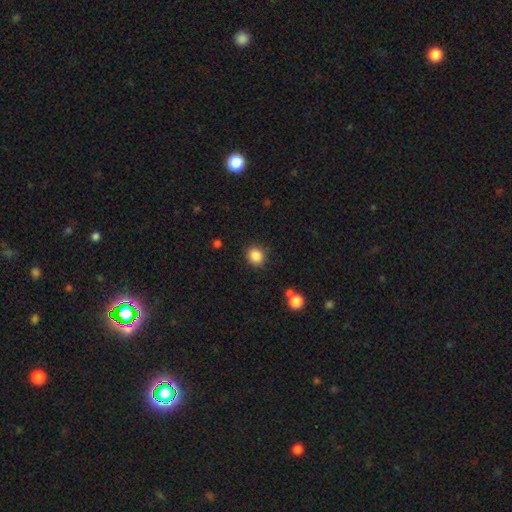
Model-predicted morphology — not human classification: smooth-or-featured: smooth: 87% | star or artifact: 10% | featured or disk: 4%
  how-rounded: round: 78% | in between: 22% | cigar-shaped: 1%
  merging: none: 87% | minor disturbance: 8% | major disturbance: 3% | merger: 2%